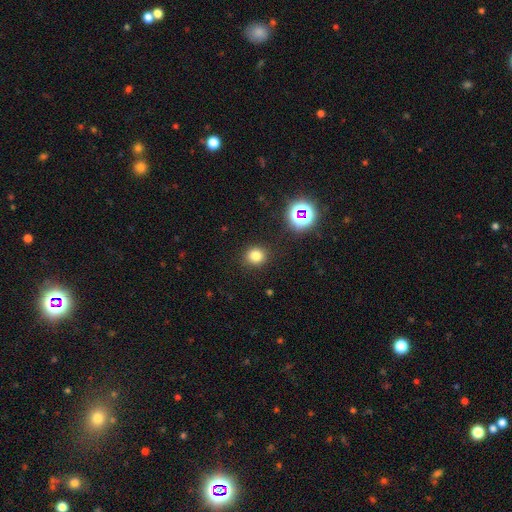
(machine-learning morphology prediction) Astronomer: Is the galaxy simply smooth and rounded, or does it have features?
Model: smooth — 77%.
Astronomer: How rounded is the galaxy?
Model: round — 85%.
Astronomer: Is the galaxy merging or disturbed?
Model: none — 89%.